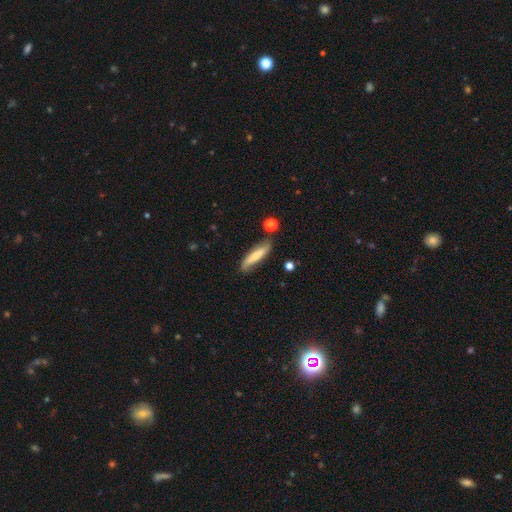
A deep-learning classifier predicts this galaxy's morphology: Smooth or featured? smooth (62%)
How rounded? cigar-shaped (75%)
Merging? none (74%)